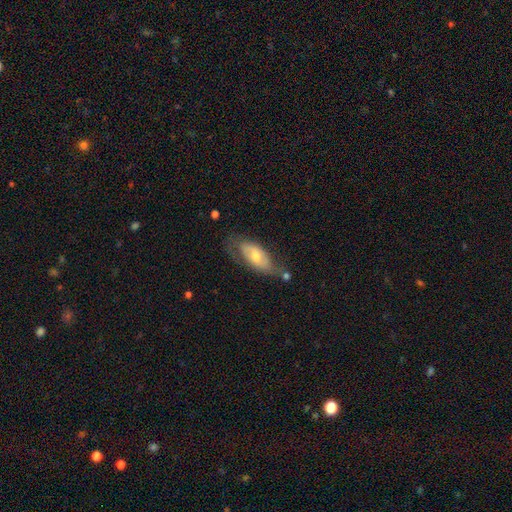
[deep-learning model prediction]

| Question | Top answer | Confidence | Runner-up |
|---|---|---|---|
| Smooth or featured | featured or disk | 51% | smooth (43%) |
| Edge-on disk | no | 86% | yes (14%) |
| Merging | none | 52% | minor disturbance (29%) |